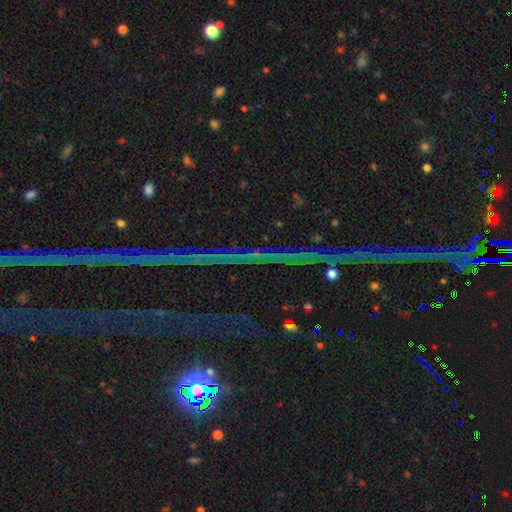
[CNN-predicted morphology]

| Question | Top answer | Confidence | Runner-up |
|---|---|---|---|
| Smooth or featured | star or artifact | 88% | featured or disk (7%) |